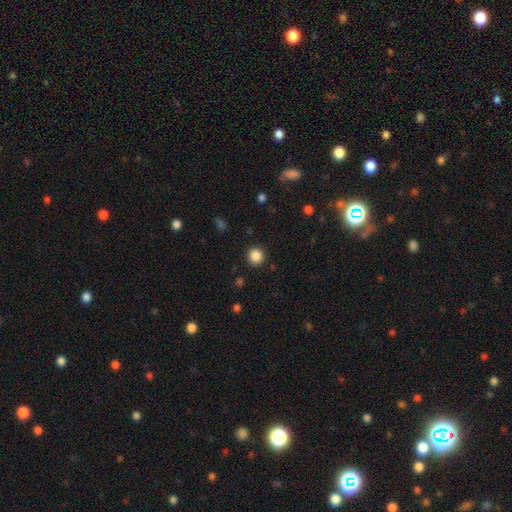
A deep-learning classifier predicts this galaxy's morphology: A smooth galaxy with no disk features (86%) that is round (93%).

Vote fractions:
- Smooth or featured? smooth: 86% / star or artifact: 11% / featured or disk: 3%
- How rounded? round: 93% / in between: 6% / cigar-shaped: 1%
- Merging? none: 91% / minor disturbance: 5% / major disturbance: 2% / merger: 1%